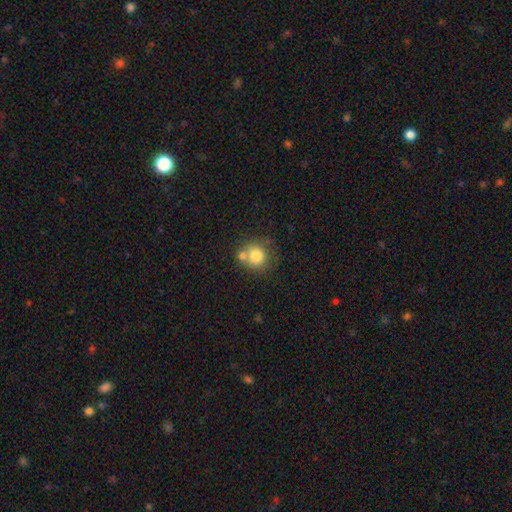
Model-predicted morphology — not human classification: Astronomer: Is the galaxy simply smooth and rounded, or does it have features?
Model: smooth — 78%.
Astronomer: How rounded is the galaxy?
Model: round — 87%.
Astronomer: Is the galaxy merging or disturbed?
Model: none — 55%.